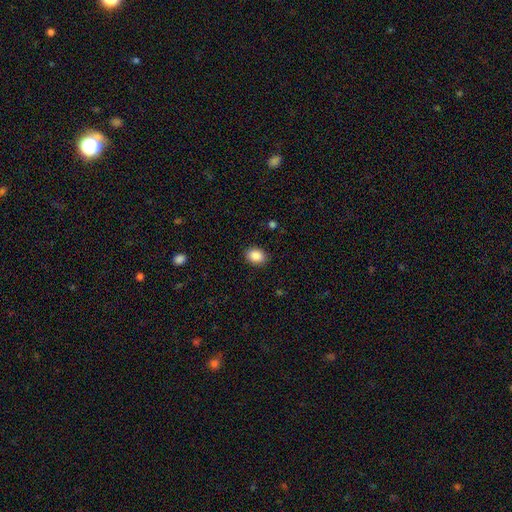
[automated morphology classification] This is clearly a smooth galaxy (89%). How rounded: likely in between (71%). Merging: clearly none (89%).